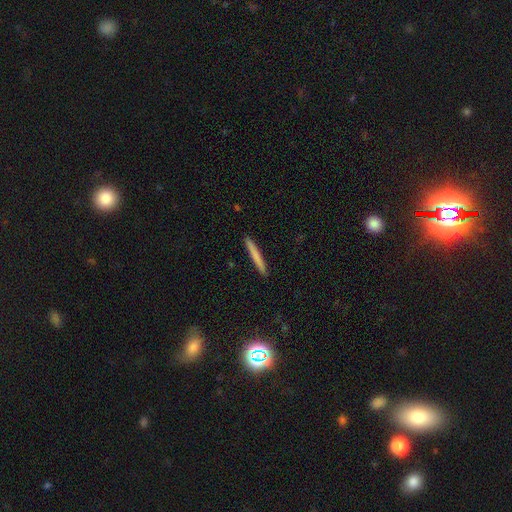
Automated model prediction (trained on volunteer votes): smooth 71%, featured or disk 23%, star or artifact 6%. Down the decision tree: how rounded — cigar-shaped (97%); merging — none (92%).